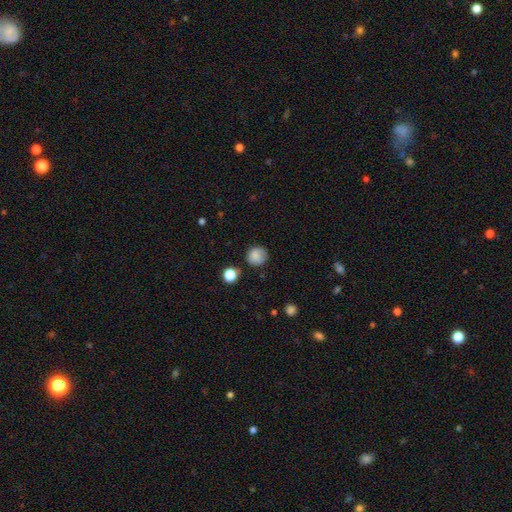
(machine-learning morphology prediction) Smooth or featured? smooth (81%)
How rounded? round (85%)
Merging? none (75%)